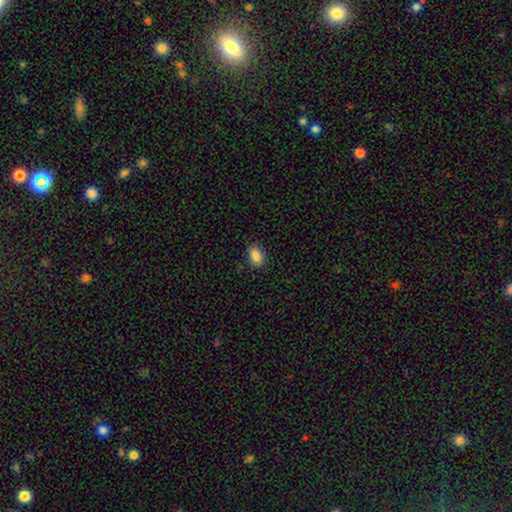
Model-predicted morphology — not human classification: Smooth or featured? smooth (88%)
How rounded? in between (86%)
Merging? none (87%)